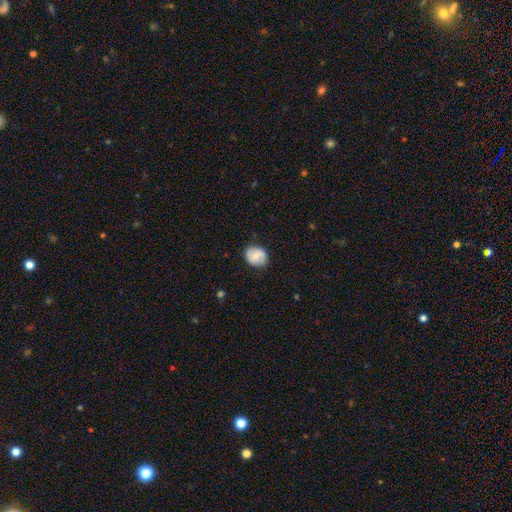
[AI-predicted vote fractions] Smooth or featured? Predicted: smooth (p=0.53). How rounded? Predicted: round (p=0.64). Merging? Predicted: none (p=0.79).